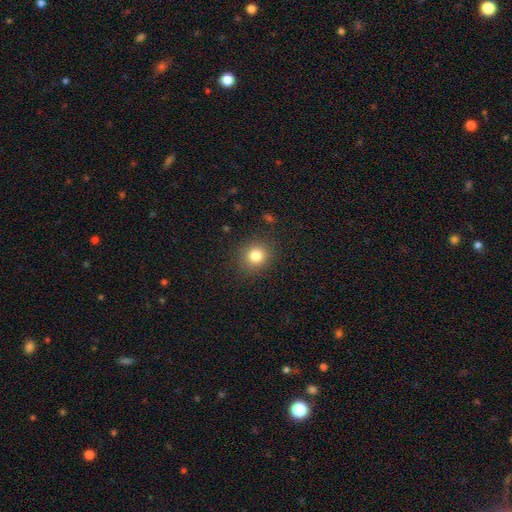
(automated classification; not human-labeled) This is clearly a smooth galaxy (81%). How rounded: clearly round (83%). Merging: clearly none (88%).